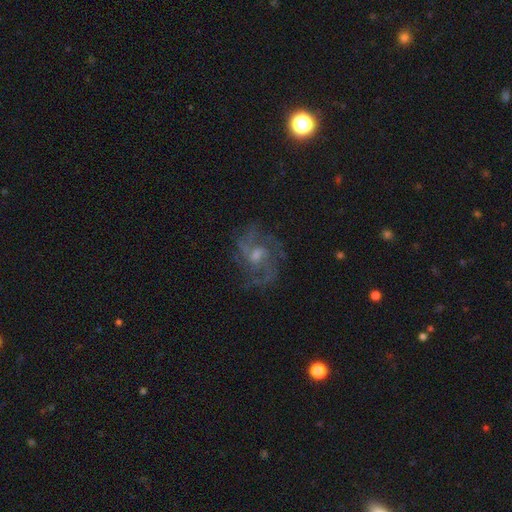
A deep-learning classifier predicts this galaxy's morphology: featured or disk 81%, star or artifact 10%, smooth 9%. Down the decision tree: edge-on disk — no (97%); bar — no (46%, tied with weak); spiral arms — yes (93%); spiral arm count — 2 (32%); spiral winding — medium (51%); bulge size — moderate (46%); merging — none (71%).